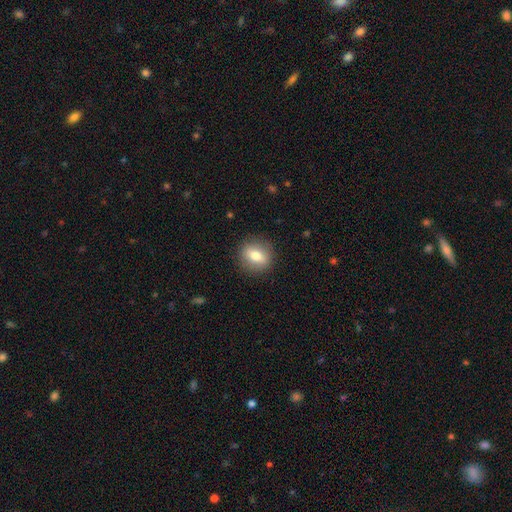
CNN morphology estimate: Q: Smooth or featured?
A: smooth (72%); runner-up: featured or disk (20%)
Q: How rounded?
A: round (68%); runner-up: in between (30%)
Q: Merging?
A: none (88%); runner-up: minor disturbance (8%)